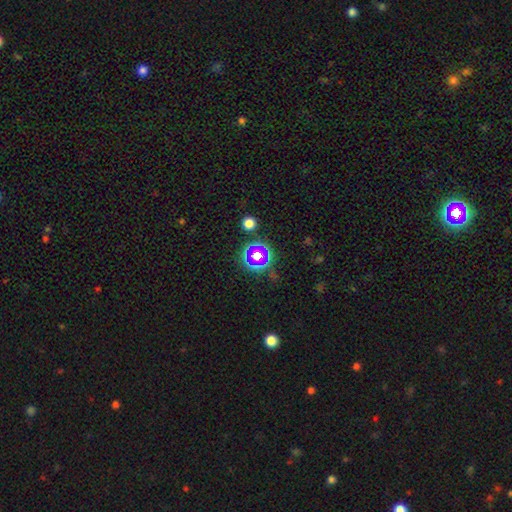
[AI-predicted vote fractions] A star or artifact, not a galaxy (57%).